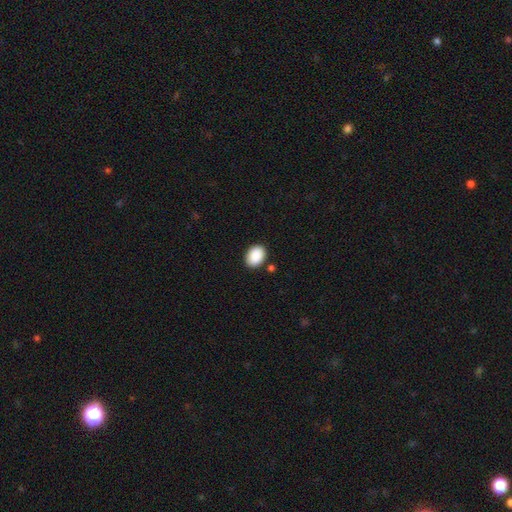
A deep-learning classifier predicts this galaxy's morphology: Smooth or featured?
  - smooth: 89% *
  - star or artifact: 7%
  - featured or disk: 3%
How rounded?
  - in between: 72% *
  - round: 27%
  - cigar-shaped: 1%
Merging?
  - none: 85% *
  - minor disturbance: 9%
  - merger: 3%
  - major disturbance: 2%